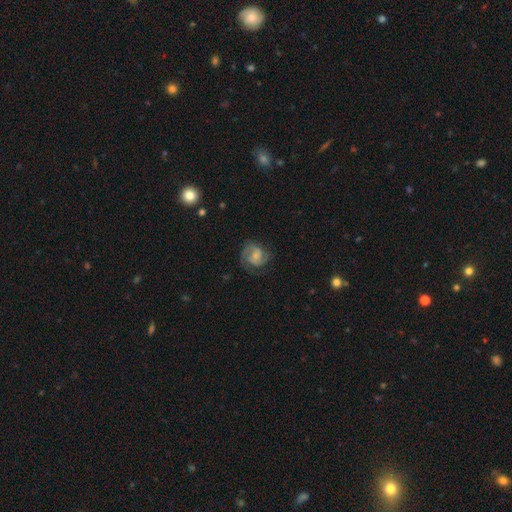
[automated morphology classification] This is likely a featured or disk galaxy (73%). It is clearly not viewed edge-on (98%). Bar: possibly no (52%). Spiral arm pattern: clearly yes (94%). Spiral arm count: likely 2 (71%). Spiral winding: possibly medium (47%). Central bulge: possibly small (52%). Merging: likely none (68%).